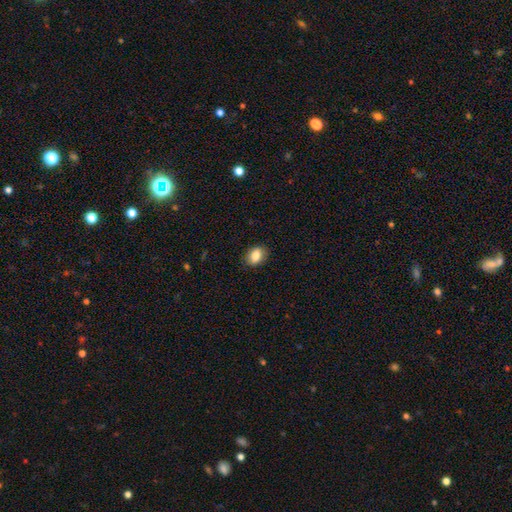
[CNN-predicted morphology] type=smooth (83%); roundness=in between (74%); merging=none (87%).